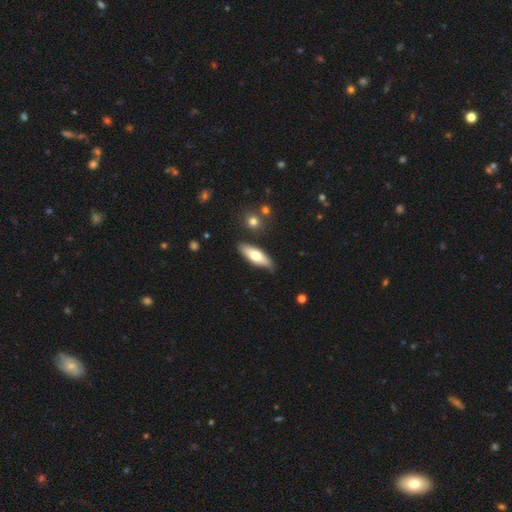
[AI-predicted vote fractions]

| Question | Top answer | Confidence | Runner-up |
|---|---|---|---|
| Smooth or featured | smooth | 63% | featured or disk (31%) |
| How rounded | in between | 55% | cigar-shaped (43%) |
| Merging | none | 82% | minor disturbance (13%) |